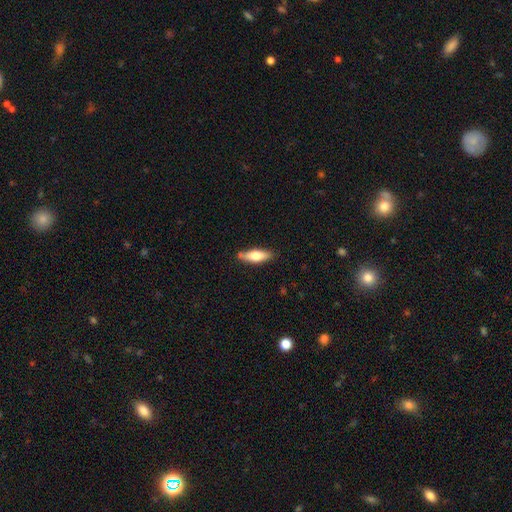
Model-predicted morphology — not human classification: Smooth or featured?
  - smooth: 67% *
  - featured or disk: 27%
  - star or artifact: 6%
How rounded?
  - in between: 55% *
  - cigar-shaped: 43%
  - round: 2%
Merging?
  - none: 78% *
  - minor disturbance: 16%
  - major disturbance: 3%
  - merger: 3%